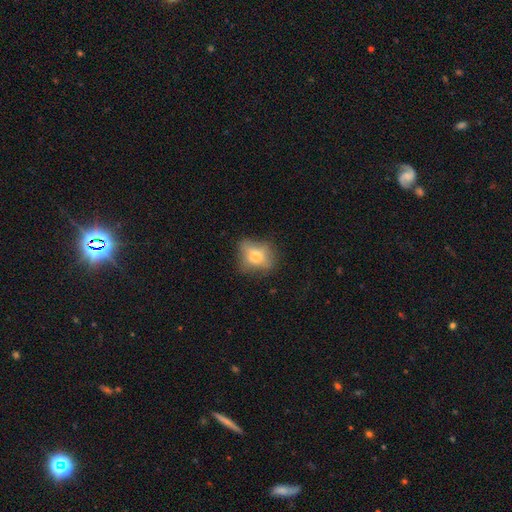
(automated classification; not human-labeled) smooth 65%, featured or disk 24%, star or artifact 11%. Down the decision tree: how rounded — in between (50%); merging — none (58%).